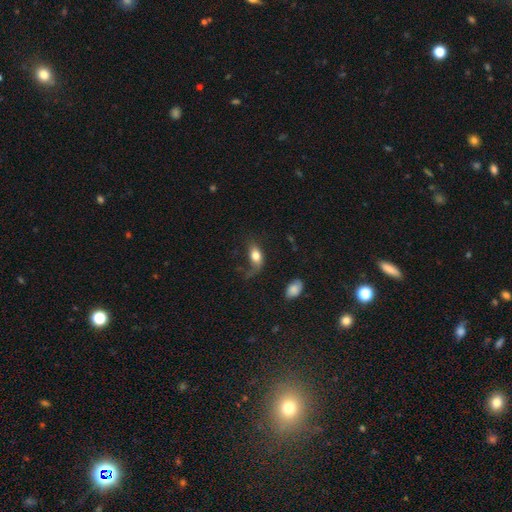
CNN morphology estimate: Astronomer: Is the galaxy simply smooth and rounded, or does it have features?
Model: smooth — 74%.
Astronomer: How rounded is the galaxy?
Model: in between — 84%.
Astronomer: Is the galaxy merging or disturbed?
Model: major disturbance — 38% (runner-up: none, 35%).